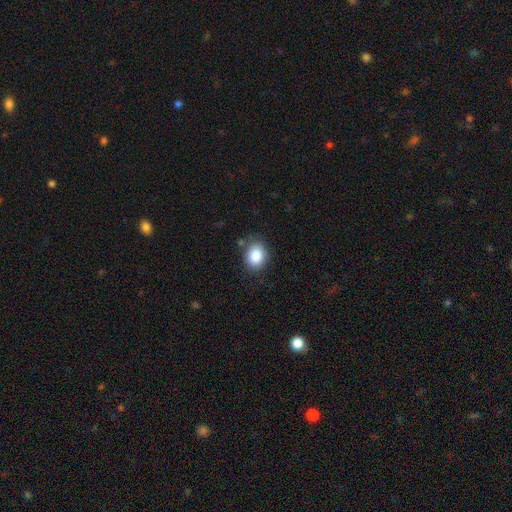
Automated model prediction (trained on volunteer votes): The model was most divided on "how rounded": in between: 55%, round: 44%, cigar-shaped: 1%. More confident: smooth or featured — smooth (87%); merging — none (81%).